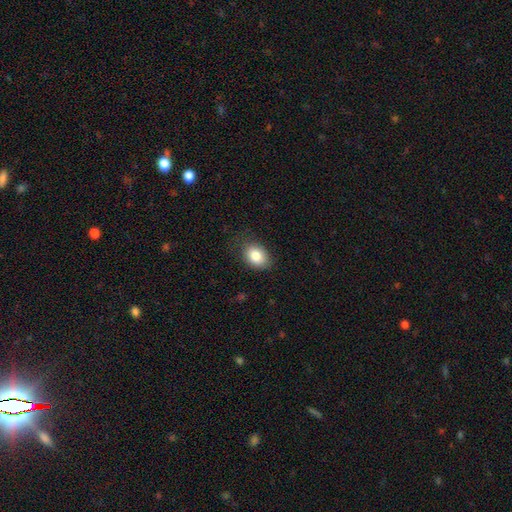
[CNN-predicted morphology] This appears to be a smooth galaxy with no disk features (83%) that is in between round and cigar-shaped (71%). Merging: none (76%).